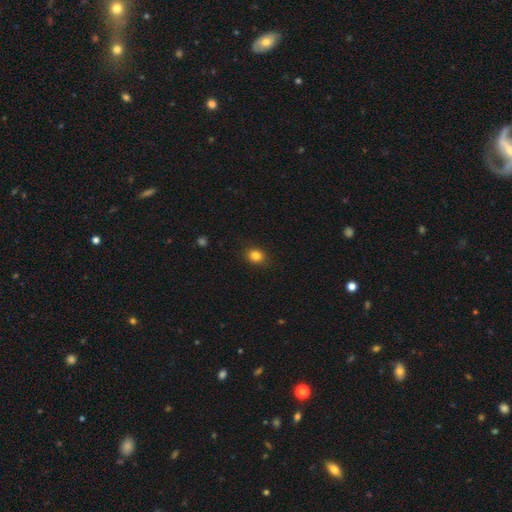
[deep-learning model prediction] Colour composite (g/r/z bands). It shows a smooth galaxy with no disk features (84%) that is round (52%). Merging: none (87%).